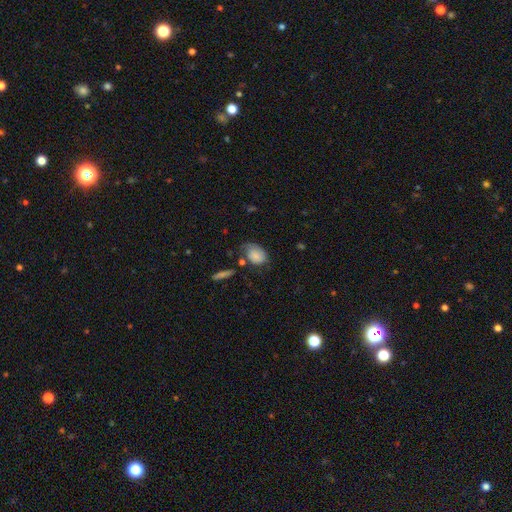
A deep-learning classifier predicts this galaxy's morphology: Smooth or featured? Predicted: smooth (p=0.74). How rounded? Predicted: in between (p=0.74). Merging? Predicted: none (p=0.43).